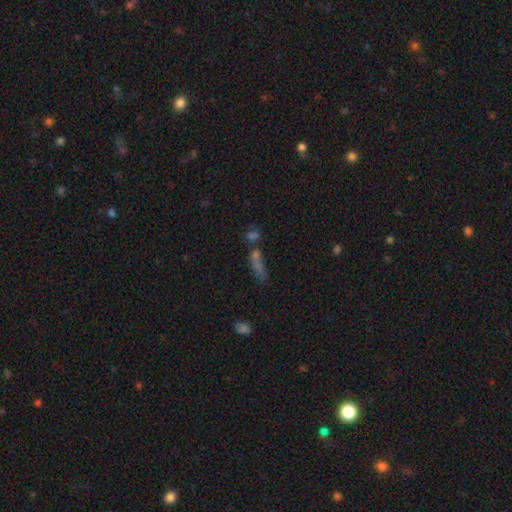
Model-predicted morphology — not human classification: smooth_or_featured: smooth (p=0.54) [alt: star or artifact p=0.28]
how_rounded: cigar-shaped (p=0.58) [alt: in between p=0.31]
merging: none (p=0.52) [alt: merger p=0.27]